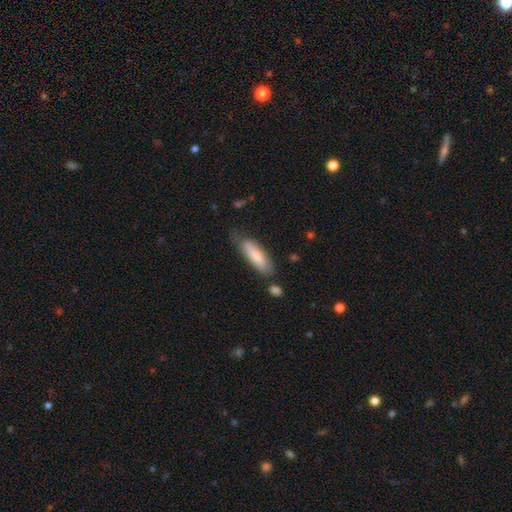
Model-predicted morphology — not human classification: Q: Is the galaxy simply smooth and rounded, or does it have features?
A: smooth — 79%.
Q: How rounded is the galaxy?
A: cigar-shaped — 52%.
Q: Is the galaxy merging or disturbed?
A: none — 60%.